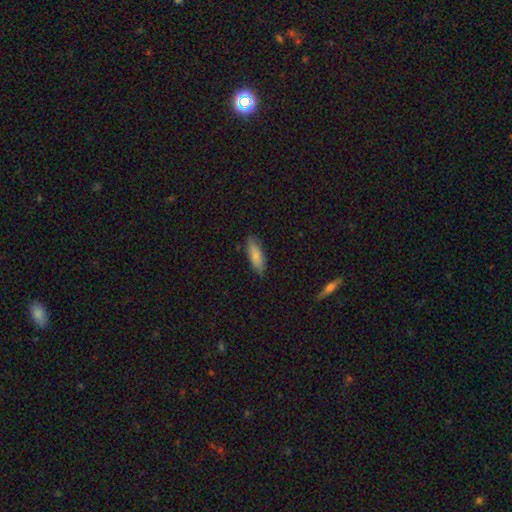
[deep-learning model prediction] Smooth or featured? Predicted: smooth (p=0.83). How rounded? Predicted: in between (p=0.66). Merging? Predicted: none (p=0.80).